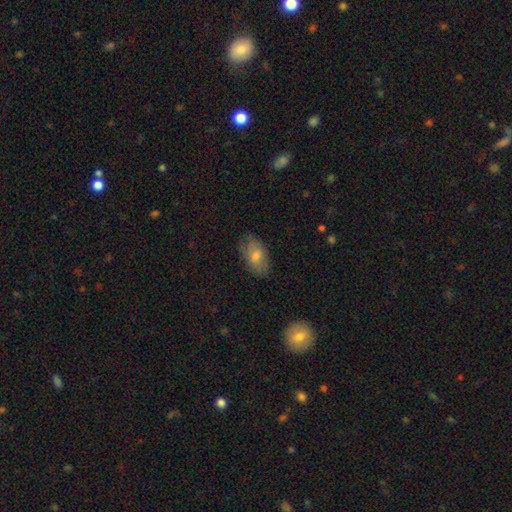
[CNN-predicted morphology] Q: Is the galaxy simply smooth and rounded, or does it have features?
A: smooth — 70%.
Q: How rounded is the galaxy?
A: in between — 91%.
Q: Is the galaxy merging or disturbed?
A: none — 79%.